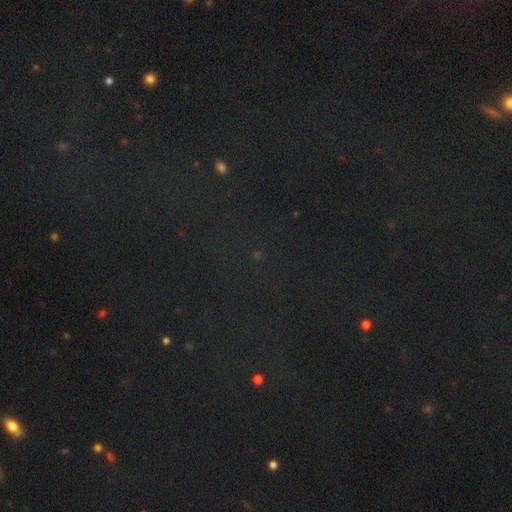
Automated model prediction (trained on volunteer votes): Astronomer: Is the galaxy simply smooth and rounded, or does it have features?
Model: star or artifact — 80%.